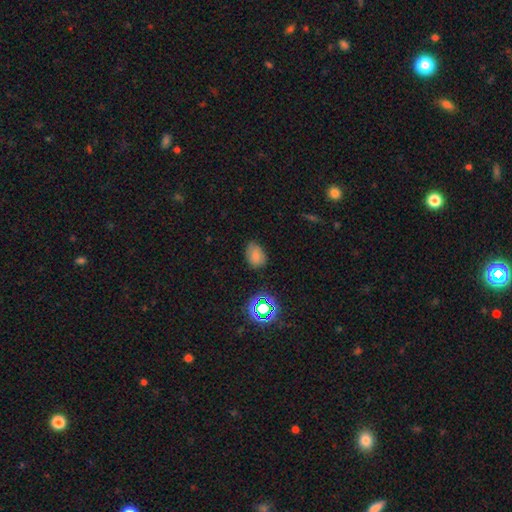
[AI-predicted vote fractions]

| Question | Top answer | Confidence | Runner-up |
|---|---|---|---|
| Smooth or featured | smooth | 72% | star or artifact (17%) |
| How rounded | in between | 74% | round (25%) |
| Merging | none | 70% | minor disturbance (24%) |